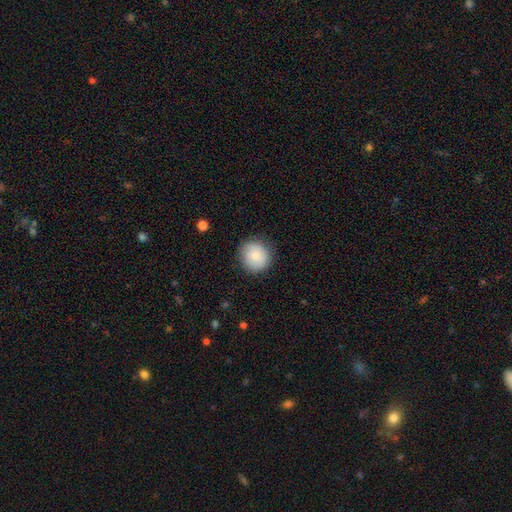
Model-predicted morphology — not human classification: The model was most divided on "merging": none: 84%, minor disturbance: 12%, major disturbance: 3%, merger: 1%. More confident: how rounded — round (91%); smooth or featured — smooth (84%).